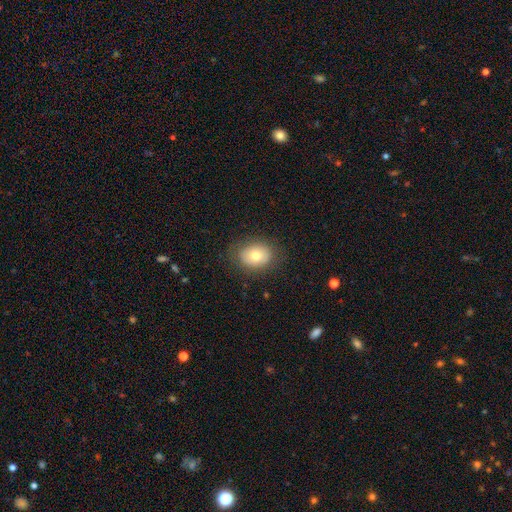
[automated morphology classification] type=smooth (71%); roundness=in between (56%); merging=none (82%).